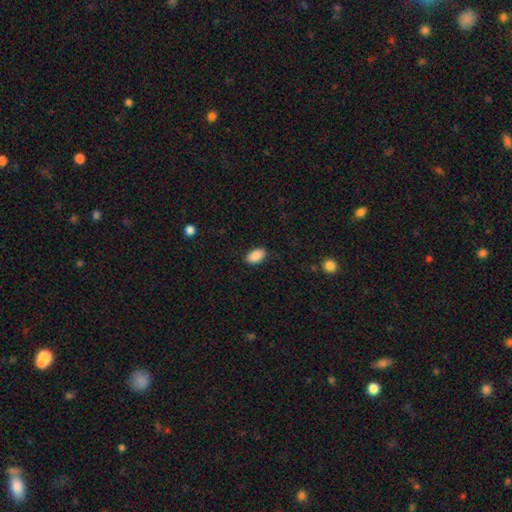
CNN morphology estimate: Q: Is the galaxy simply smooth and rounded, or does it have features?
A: smooth — 89%.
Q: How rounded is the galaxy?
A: in between — 93%.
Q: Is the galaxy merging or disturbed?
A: none — 87%.